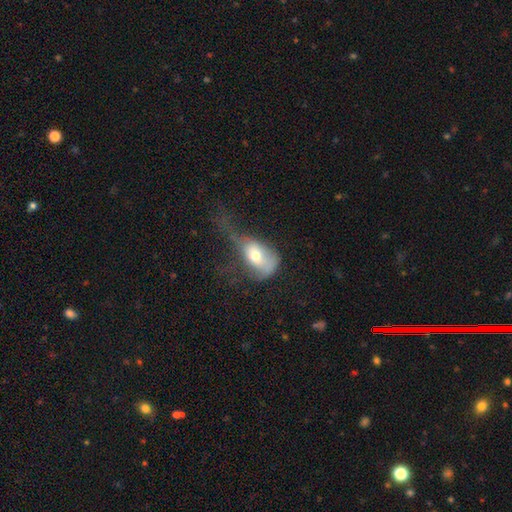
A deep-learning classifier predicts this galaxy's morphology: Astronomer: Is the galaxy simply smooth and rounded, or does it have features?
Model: smooth — 66%.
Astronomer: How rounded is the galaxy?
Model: in between — 82%.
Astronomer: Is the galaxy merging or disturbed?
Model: major disturbance — 57%.